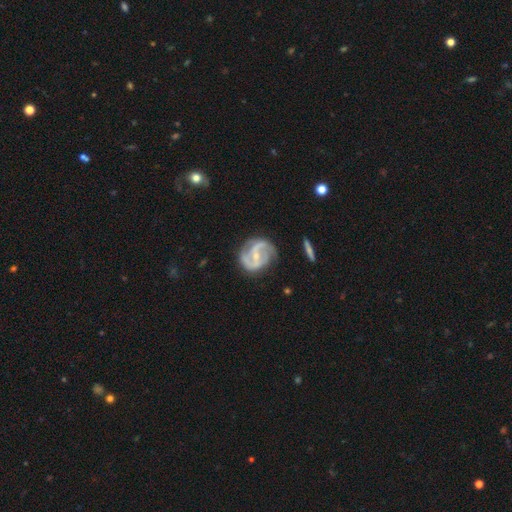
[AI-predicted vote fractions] Overall: featured or disk (87%). Edge-on disk: no (97%). Bar: weak (43%; strong 32%). Spiral arms: yes (95%). Spiral arm count: 2 (83%). Spiral winding: medium (51%; loose 26%). Bulge size: small (65%; moderate 30%). Merging: none (71%).